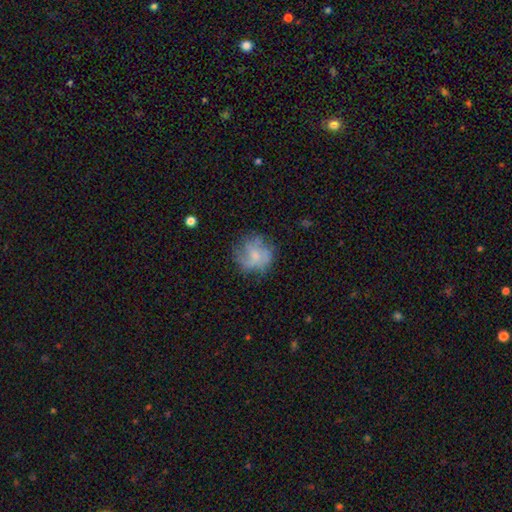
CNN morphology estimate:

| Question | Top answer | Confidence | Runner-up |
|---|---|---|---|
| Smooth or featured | featured or disk | 46% | smooth (44%) |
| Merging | none | 63% | minor disturbance (22%) |